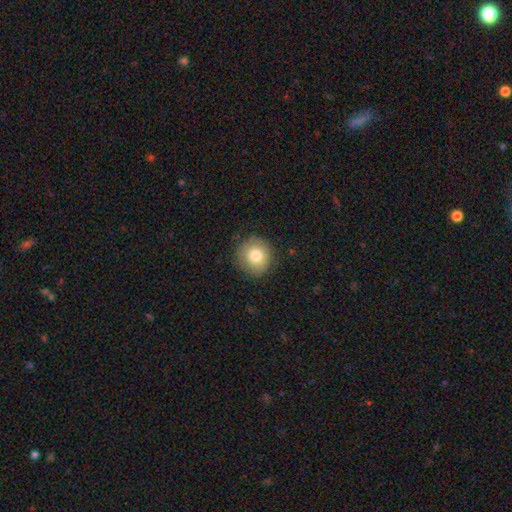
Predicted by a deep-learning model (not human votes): A smooth galaxy with no disk features (79%) that is round (90%). Merging: none (84%).